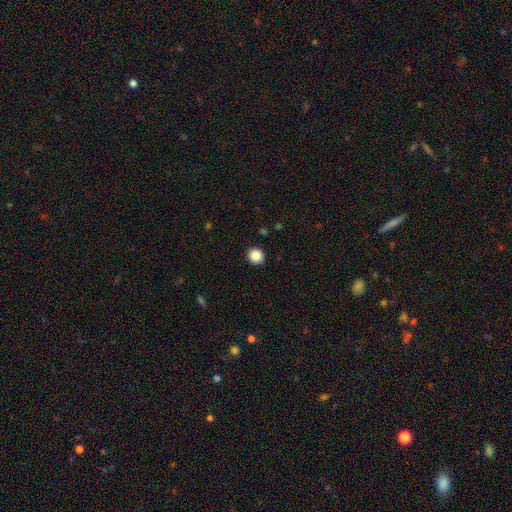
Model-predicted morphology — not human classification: Q: Smooth or featured?
A: smooth (86%); runner-up: star or artifact (10%)
Q: How rounded?
A: round (91%); runner-up: in between (8%)
Q: Merging?
A: none (92%); runner-up: minor disturbance (5%)